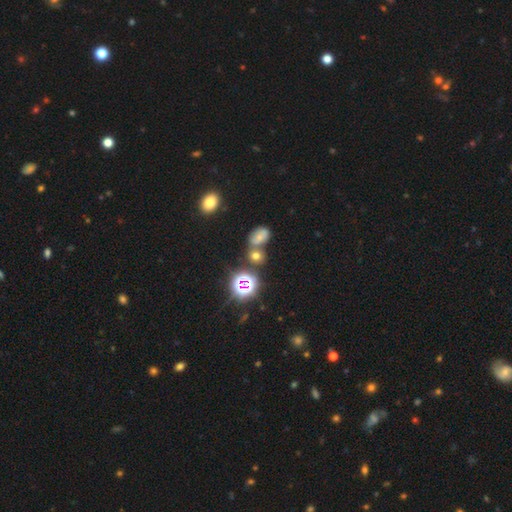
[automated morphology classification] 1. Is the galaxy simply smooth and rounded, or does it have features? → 48% smooth, 40% star or artifact, 12% featured or disk.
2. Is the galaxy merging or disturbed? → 47% none, 37% merger, 11% minor disturbance, 5% major disturbance.